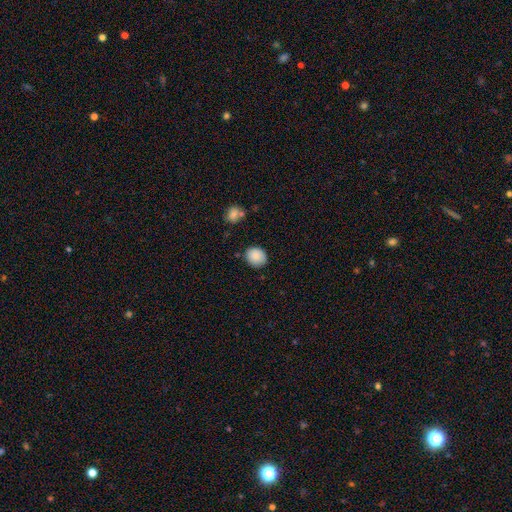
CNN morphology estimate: type=smooth (87%); roundness=round (73%); merging=none (80%).